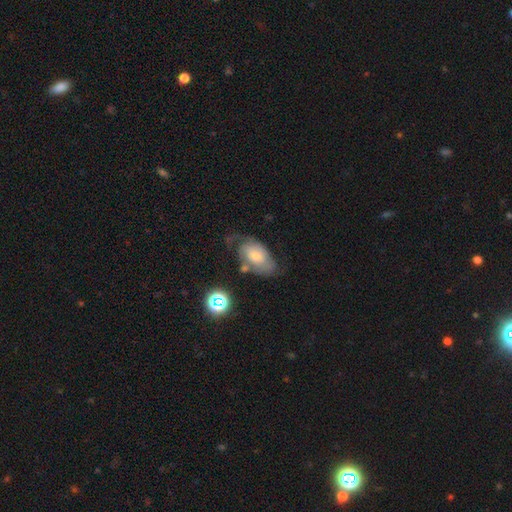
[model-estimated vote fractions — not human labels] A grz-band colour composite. It shows a featured or disk galaxy (55%) with no bar (72%), spiral arms (78%) and a small central bulge (49%). Merging: none (37%).